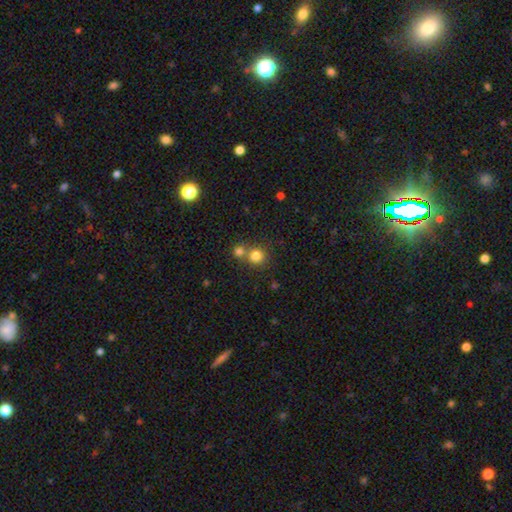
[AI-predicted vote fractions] Morphology: type=smooth (80%); roundness=round (91%); merging=none (57%).